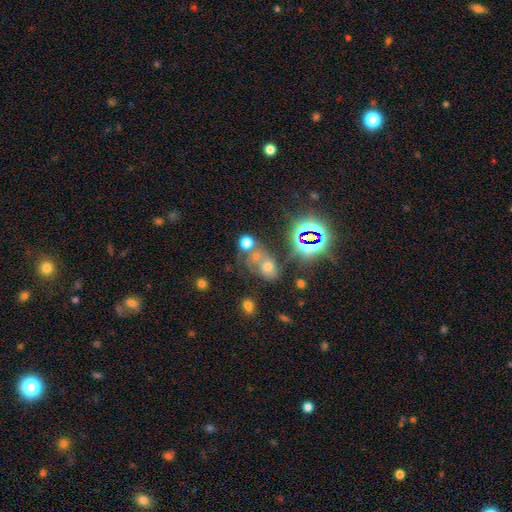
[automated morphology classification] Smooth or featured: smooth — 42% (tied with star or artifact — 42%)
Merging: none — 45% (merger — 34%)